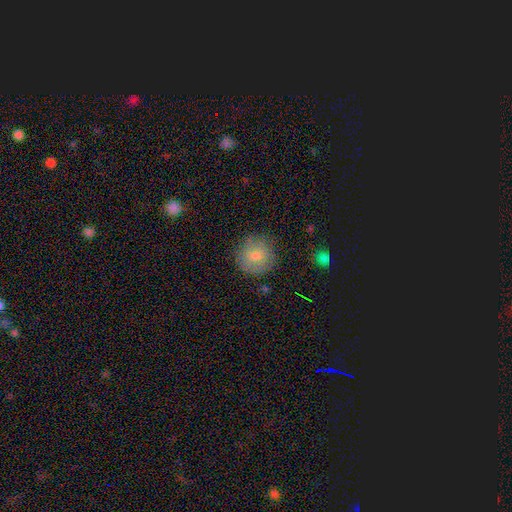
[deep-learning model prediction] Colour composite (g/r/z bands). It shows a smooth galaxy with no disk features (77%) that is round (93%). Merging: none (82%).